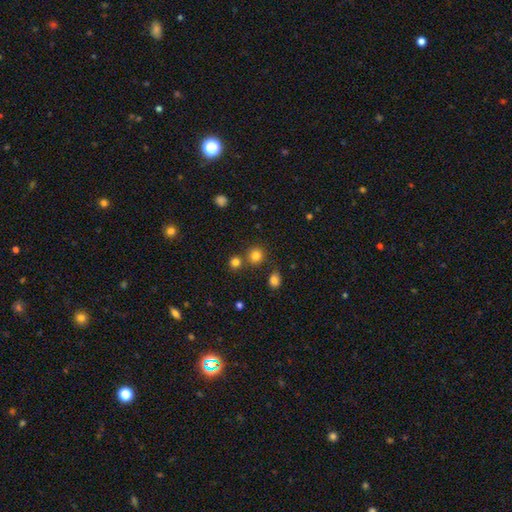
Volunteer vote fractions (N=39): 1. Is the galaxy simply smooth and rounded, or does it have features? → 87% smooth, 8% star or artifact, 5% featured or disk.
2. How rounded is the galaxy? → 85% round, 15% in between, 0% cigar-shaped.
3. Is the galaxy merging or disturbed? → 72% none, 17% merger, 11% minor disturbance, 0% major disturbance.